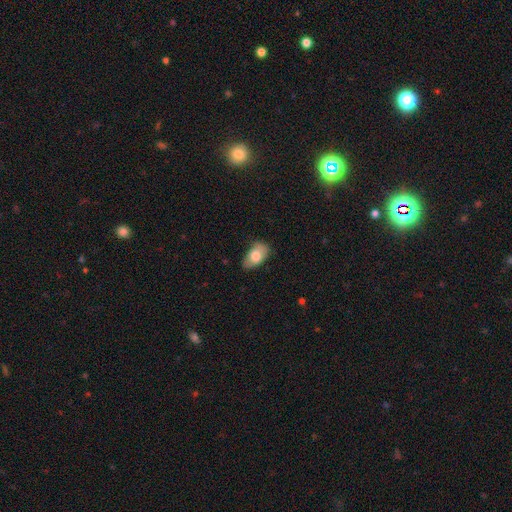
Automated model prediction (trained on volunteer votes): smooth_or_featured: smooth (p=0.74) [alt: featured or disk p=0.20]
how_rounded: in between (p=0.93) [alt: round p=0.05]
merging: none (p=0.70) [alt: minor disturbance p=0.24]